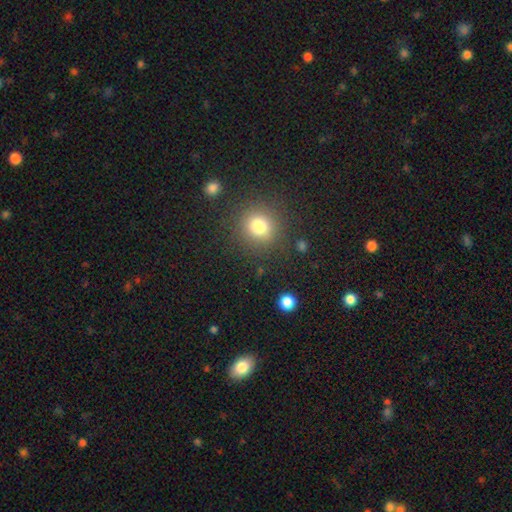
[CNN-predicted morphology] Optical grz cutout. It shows a smooth galaxy with no disk features (65%) that is round (94%). Merging: none (90%).